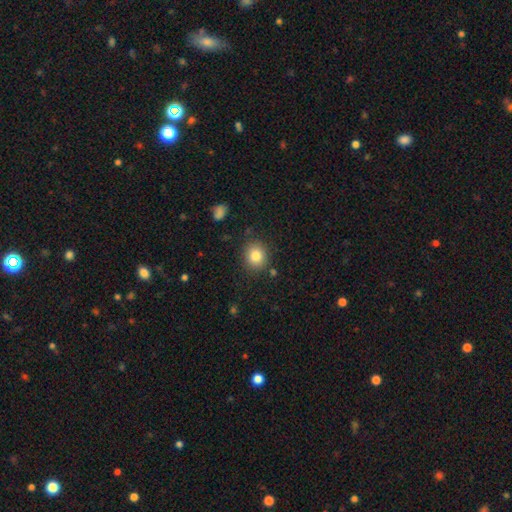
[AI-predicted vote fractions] This appears to be a smooth galaxy with no disk features (83%) that is round (79%). Merging: none (86%).